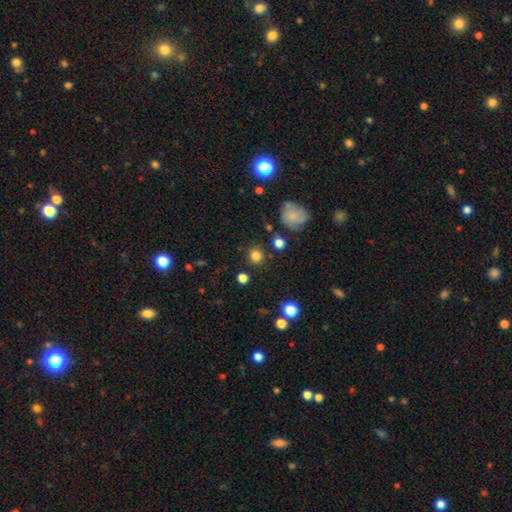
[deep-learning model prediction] smooth-or-featured: smooth: 82% | star or artifact: 13% | featured or disk: 5%
  how-rounded: round: 90% | in between: 9% | cigar-shaped: 1%
  merging: none: 86% | minor disturbance: 8% | merger: 3% | major disturbance: 3%